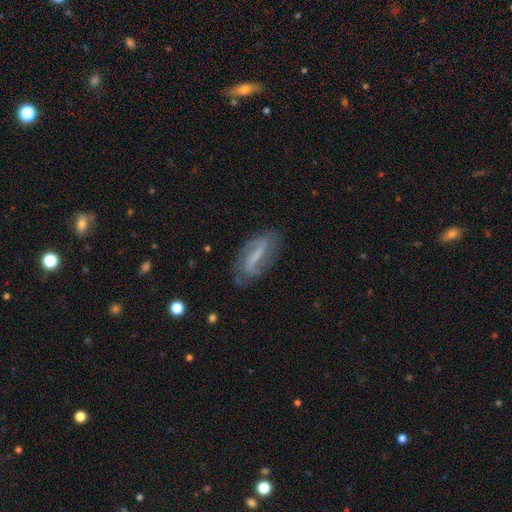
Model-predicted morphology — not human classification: This is likely a featured or disk galaxy (76%). It is clearly not viewed edge-on (91%). Bar: possibly strong (55%). Spiral arm pattern: clearly yes (87%). Spiral arm count: clearly 2 (81%). Spiral winding: marginally loose (43%). Central bulge: marginally none (43%). Merging: likely none (75%).